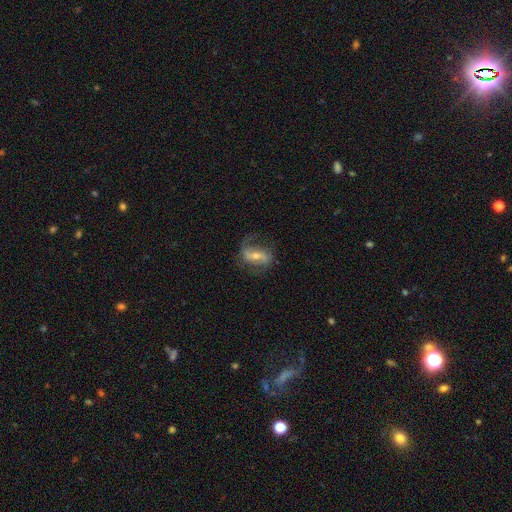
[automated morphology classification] Q: Smooth or featured?
A: featured or disk (78%); runner-up: smooth (14%)
Q: Edge-on disk?
A: no (95%); runner-up: yes (5%)
Q: Bar?
A: strong (38%); runner-up: weak (37%)
Q: Spiral arms?
A: yes (92%); runner-up: no (8%)
Q: Spiral winding?
A: loose (44%); runner-up: medium (40%)
Q: Spiral arm count?
A: 2 (78%); runner-up: 1 (12%)
Q: Bulge size?
A: moderate (50%); runner-up: small (45%)
Q: Merging?
A: none (65%); runner-up: minor disturbance (18%)